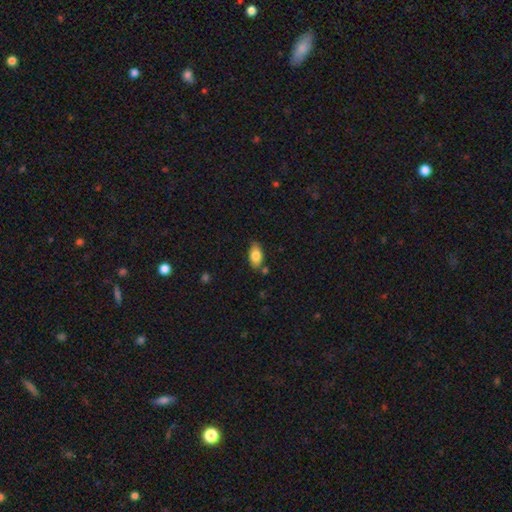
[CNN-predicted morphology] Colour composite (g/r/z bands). It shows a smooth galaxy with no disk features (82%) that is in between round and cigar-shaped (91%). Merging: none (78%).